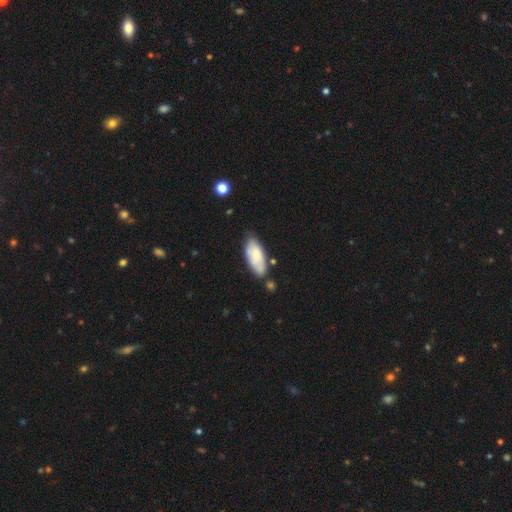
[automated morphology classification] type=smooth (67%); roundness=in between (85%); merging=none (65%).